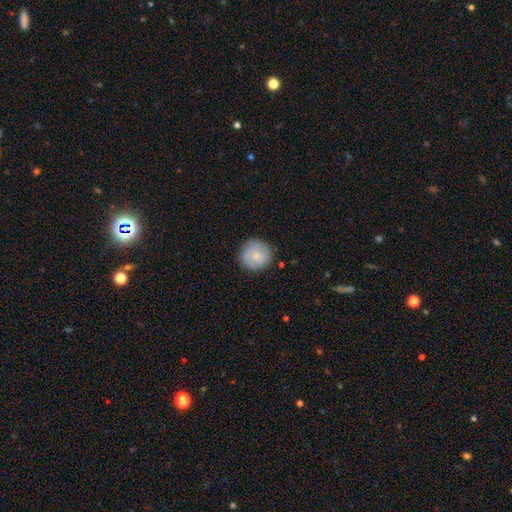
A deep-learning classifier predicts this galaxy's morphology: This is likely a smooth galaxy (73%). How rounded: clearly round (94%). Merging: clearly none (85%).